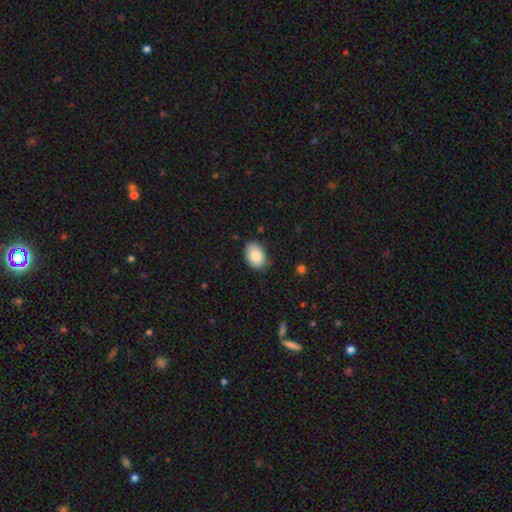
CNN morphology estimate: A smooth galaxy with no disk features (84%) that is in between round and cigar-shaped (83%). Merging: none (82%).